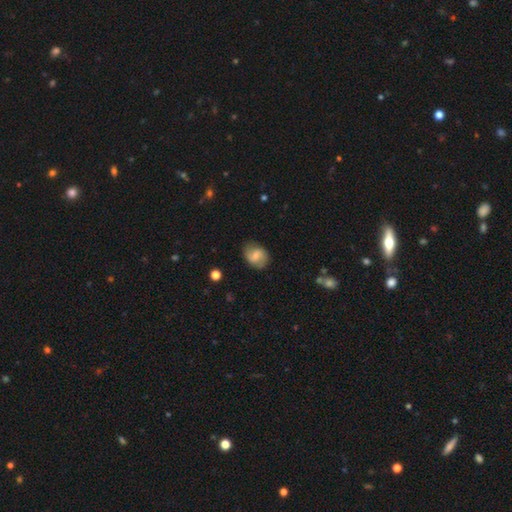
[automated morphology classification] smooth 55%, featured or disk 37%, star or artifact 8%. Down the decision tree: how rounded — in between (55%); merging — none (75%).